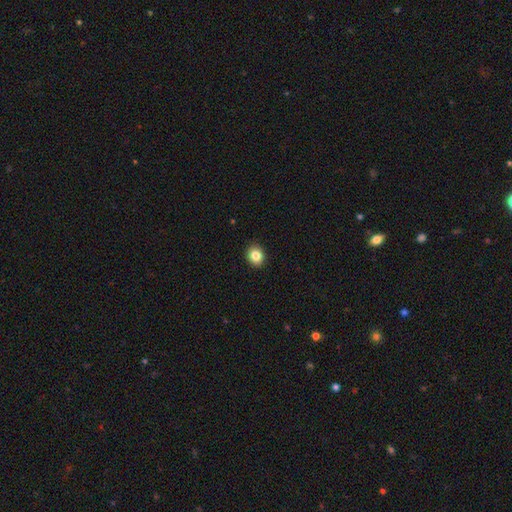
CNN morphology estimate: This is clearly a smooth galaxy (84%). How rounded: likely round (66%). Merging: clearly none (91%).